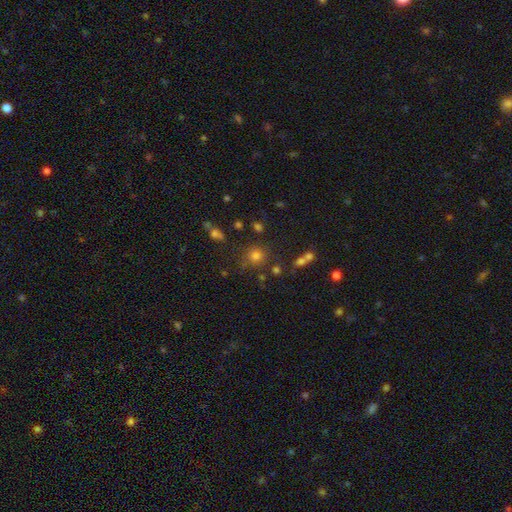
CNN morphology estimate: This is likely a smooth galaxy (73%). How rounded: clearly round (89%). Merging: likely none (77%).